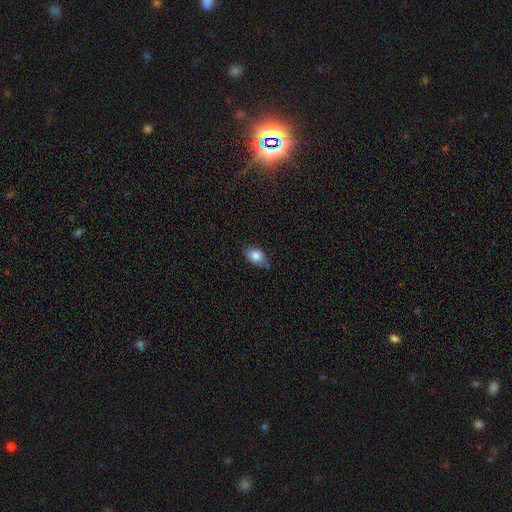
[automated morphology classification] type=smooth (82%); roundness=in between (83%); merging=none (65%).